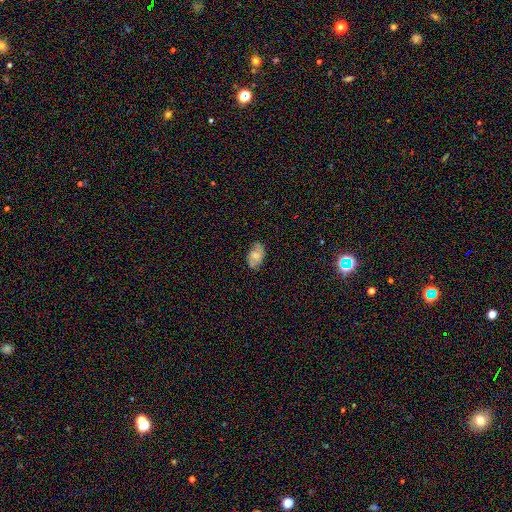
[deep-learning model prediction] A smooth galaxy with no disk features (52%) that is in between round and cigar-shaped (91%). Merging: none (77%).